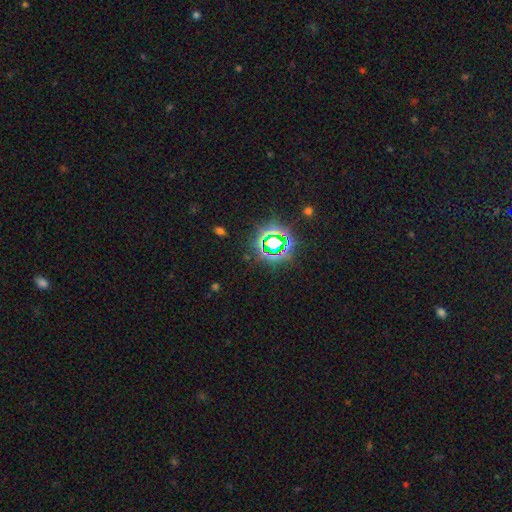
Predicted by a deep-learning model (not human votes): This appears to be a star or artifact, not a galaxy (78%).